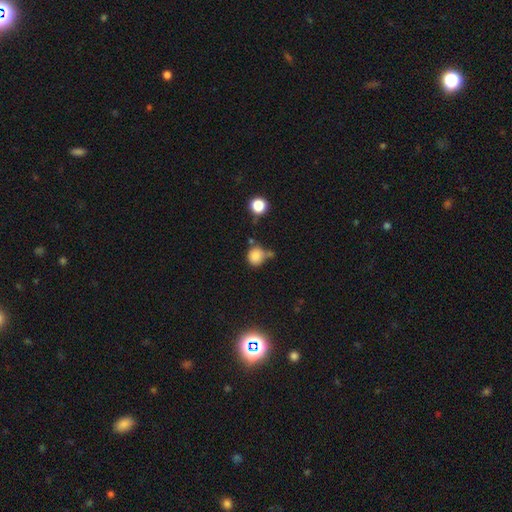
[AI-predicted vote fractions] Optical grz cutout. It shows a smooth galaxy with no disk features (81%) that is round (85%). Merging: none (58%).